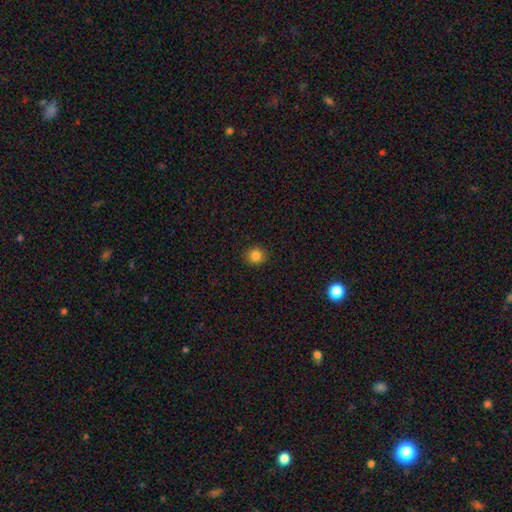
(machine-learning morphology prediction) smooth_or_featured: smooth (p=0.84) [alt: star or artifact p=0.12]
how_rounded: round (p=0.90) [alt: in between p=0.09]
merging: none (p=0.91) [alt: minor disturbance p=0.06]